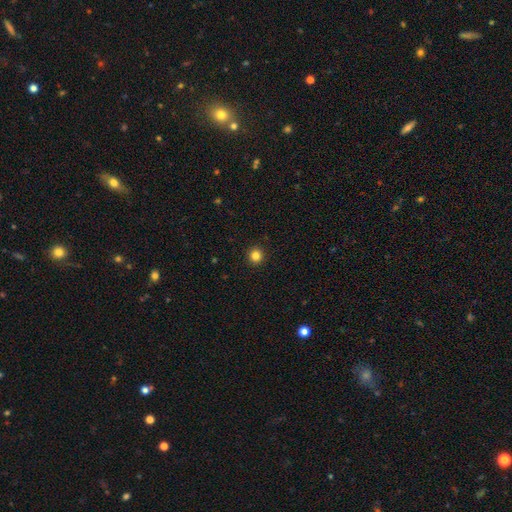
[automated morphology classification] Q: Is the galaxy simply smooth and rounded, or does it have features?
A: smooth — 84%.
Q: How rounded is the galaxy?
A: round — 94%.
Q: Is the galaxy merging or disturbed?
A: none — 93%.